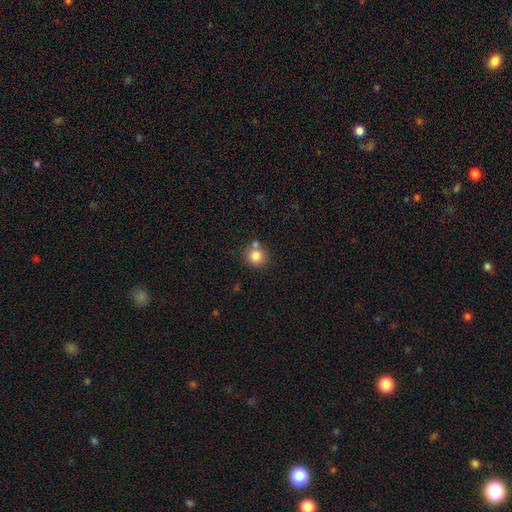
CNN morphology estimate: A smooth galaxy with no disk features (82%) that is round (89%).

Vote fractions:
- Smooth or featured? smooth: 82% / star or artifact: 11% / featured or disk: 7%
- How rounded? round: 89% / in between: 10% / cigar-shaped: 1%
- Merging? none: 65% / merger: 21% / minor disturbance: 11% / major disturbance: 3%